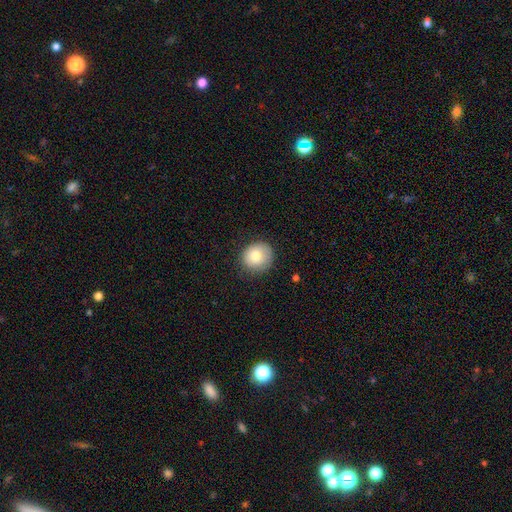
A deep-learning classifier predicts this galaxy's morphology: smooth_or_featured: smooth (p=0.79) [alt: featured or disk p=0.12]
how_rounded: round (p=0.85) [alt: in between p=0.14]
merging: none (p=0.81) [alt: minor disturbance p=0.15]